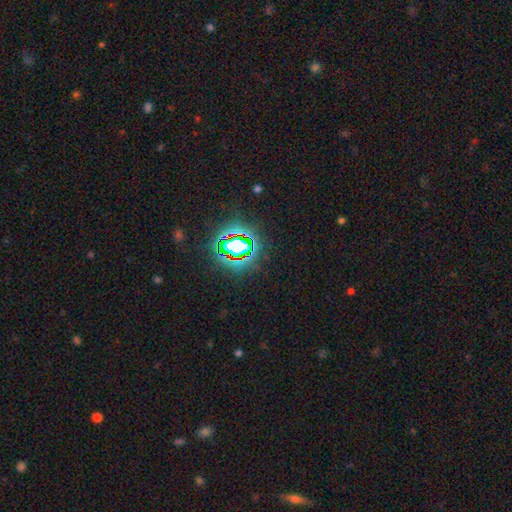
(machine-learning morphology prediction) star or artifact 82%, smooth 12%, featured or disk 6%.